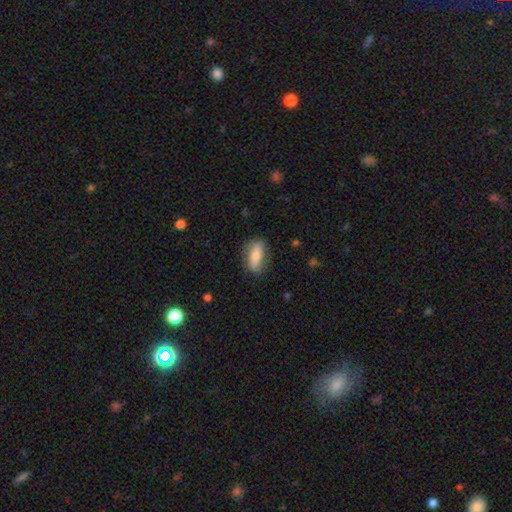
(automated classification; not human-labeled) A smooth galaxy with no disk features (72%) that is in between round and cigar-shaped (75%).

Vote fractions:
- Smooth or featured? smooth: 72% / featured or disk: 21% / star or artifact: 6%
- How rounded? in between: 75% / cigar-shaped: 21% / round: 4%
- Merging? none: 78% / minor disturbance: 16% / major disturbance: 4% / merger: 1%